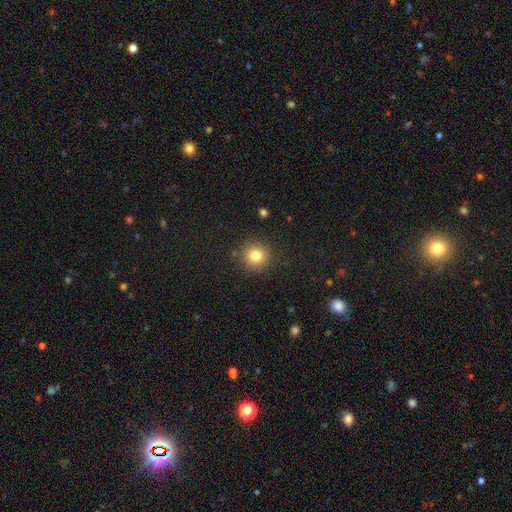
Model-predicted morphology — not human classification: Q: Smooth or featured?
A: smooth (80%); runner-up: star or artifact (12%)
Q: How rounded?
A: round (95%); runner-up: in between (4%)
Q: Merging?
A: none (90%); runner-up: minor disturbance (6%)